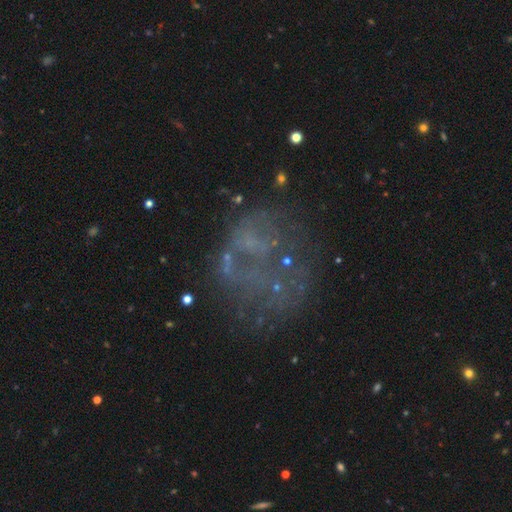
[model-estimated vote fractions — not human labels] Morphology: type=featured or disk (45%); merging=none (54%).